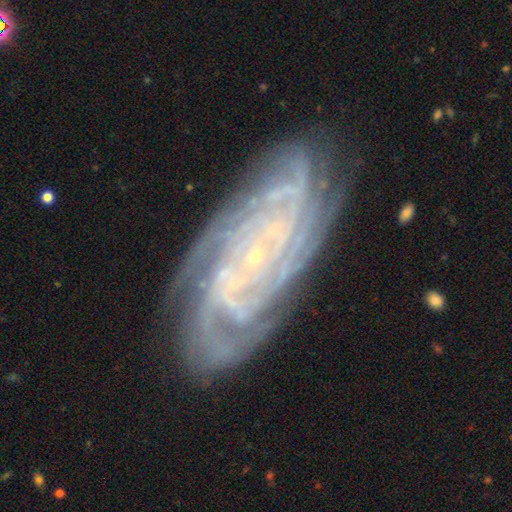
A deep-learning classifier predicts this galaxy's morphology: type=featured or disk (90%); edge-on=no (95%); bar=no (70%); spiral arms=yes (98%); winding=tight (78%); arm count=4 (27%); bulge=small (85%); merging=none (81%).